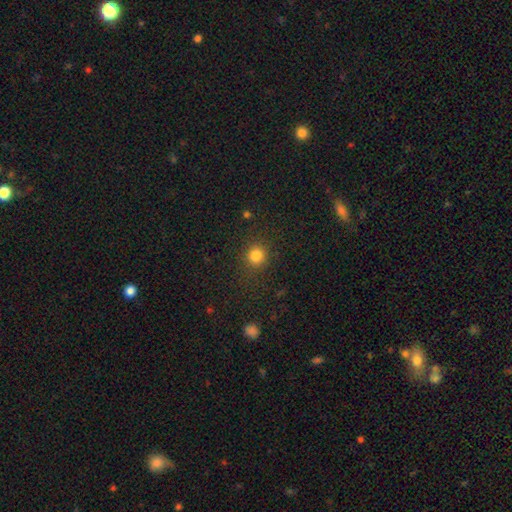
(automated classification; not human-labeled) Smooth or featured?
  - smooth: 82% *
  - star or artifact: 13%
  - featured or disk: 5%
How rounded?
  - round: 89% *
  - in between: 10%
  - cigar-shaped: 1%
Merging?
  - none: 87% *
  - minor disturbance: 8%
  - major disturbance: 4%
  - merger: 2%